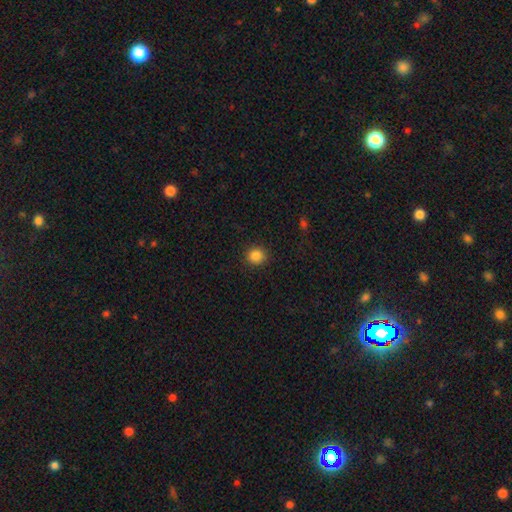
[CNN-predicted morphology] Smooth or featured? smooth (86%)
How rounded? round (91%)
Merging? none (91%)